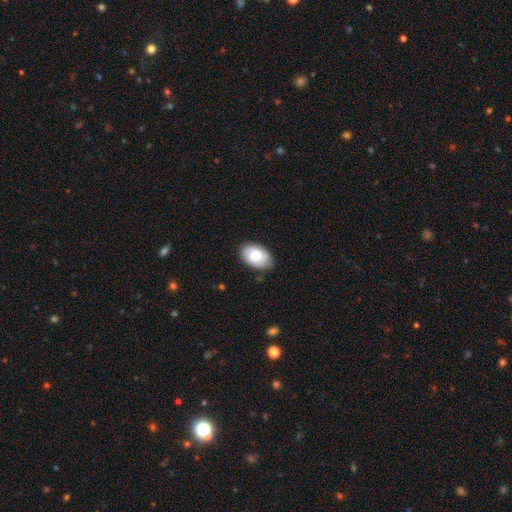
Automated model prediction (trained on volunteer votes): Smooth or featured? smooth (81%)
How rounded? in between (92%)
Merging? none (80%)